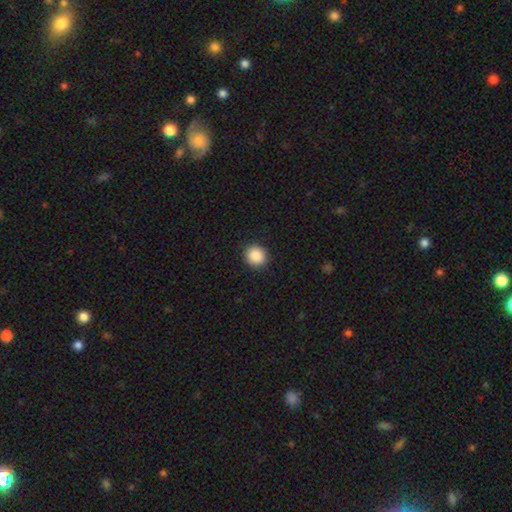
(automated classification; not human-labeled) Smooth or featured: smooth — 89% (star or artifact — 9%)
How rounded: round — 89% (in between — 10%)
Merging: none — 92% (minor disturbance — 6%)